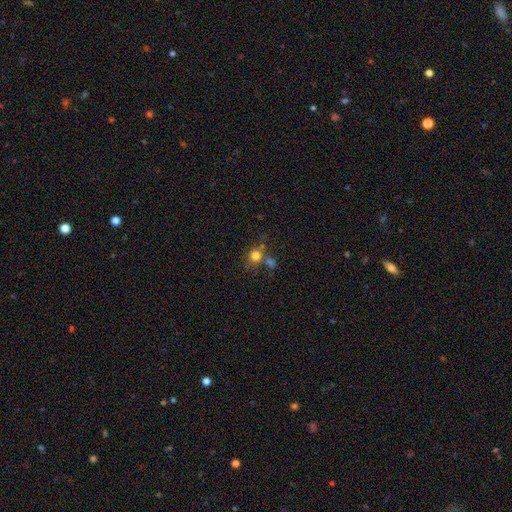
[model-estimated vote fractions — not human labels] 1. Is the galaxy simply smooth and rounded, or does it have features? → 76% smooth, 14% star or artifact, 10% featured or disk.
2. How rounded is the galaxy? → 85% round, 14% in between, 1% cigar-shaped.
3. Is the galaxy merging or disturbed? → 57% none, 26% merger, 11% minor disturbance, 5% major disturbance.